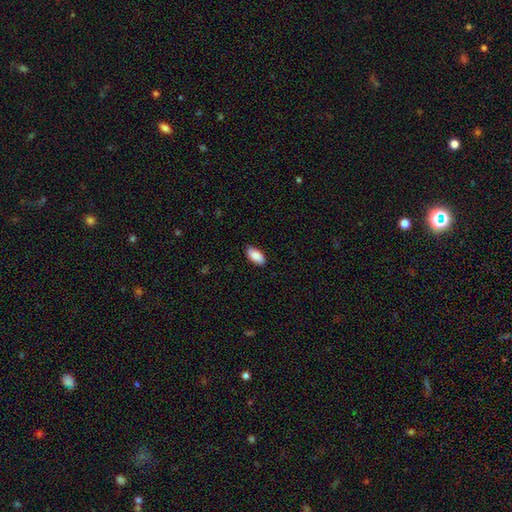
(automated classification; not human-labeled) Smooth or featured?
  - smooth: 88% *
  - star or artifact: 6%
  - featured or disk: 6%
How rounded?
  - in between: 92% *
  - cigar-shaped: 6%
  - round: 2%
Merging?
  - none: 87% *
  - minor disturbance: 10%
  - major disturbance: 2%
  - merger: 1%